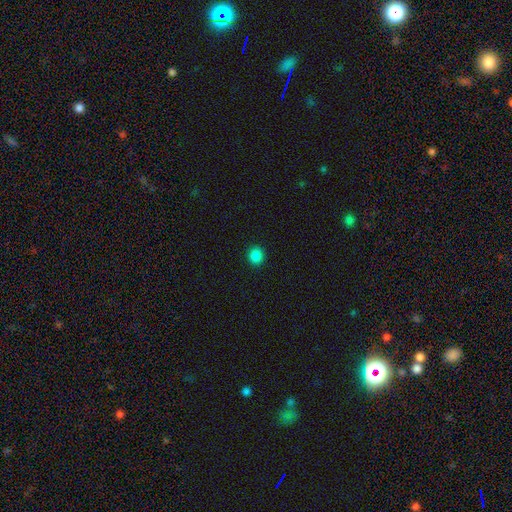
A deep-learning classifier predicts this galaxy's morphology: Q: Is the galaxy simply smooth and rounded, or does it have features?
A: smooth — 85%.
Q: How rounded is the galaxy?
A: round — 86%.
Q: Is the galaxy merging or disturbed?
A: none — 92%.